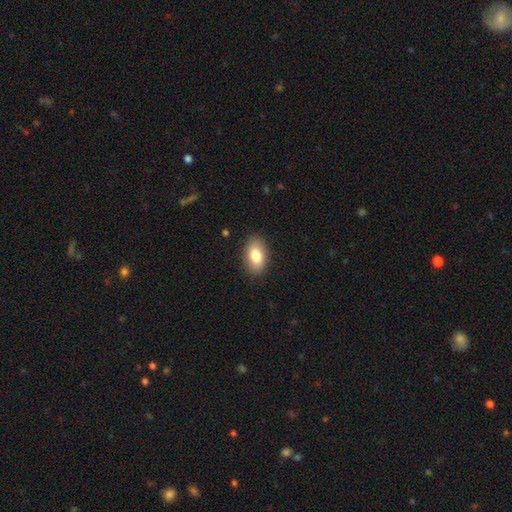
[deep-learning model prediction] The model was most divided on "smooth or featured": smooth: 81%, featured or disk: 12%, star or artifact: 7%. More confident: how rounded — in between (91%); merging — none (87%).